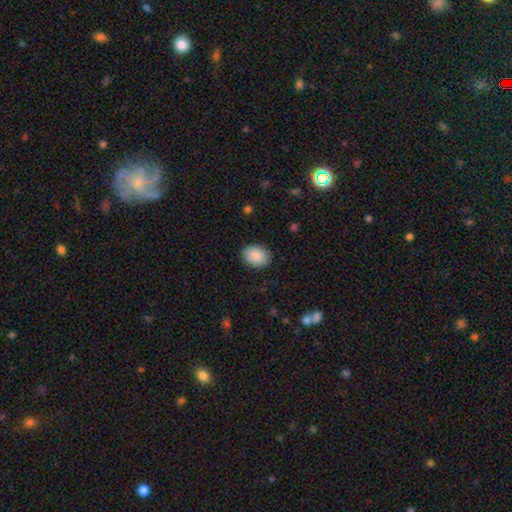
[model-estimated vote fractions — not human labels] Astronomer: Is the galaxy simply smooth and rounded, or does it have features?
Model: smooth — 90%.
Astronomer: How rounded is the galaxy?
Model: in between — 66%.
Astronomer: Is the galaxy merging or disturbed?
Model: none — 87%.